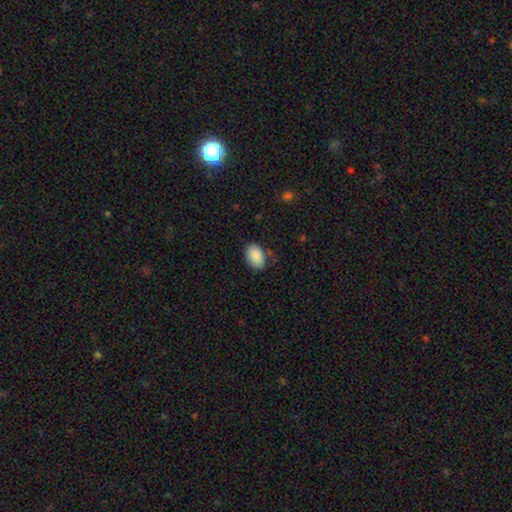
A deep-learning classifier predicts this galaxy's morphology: Smooth or featured? smooth (88%)
How rounded? in between (88%)
Merging? none (74%)